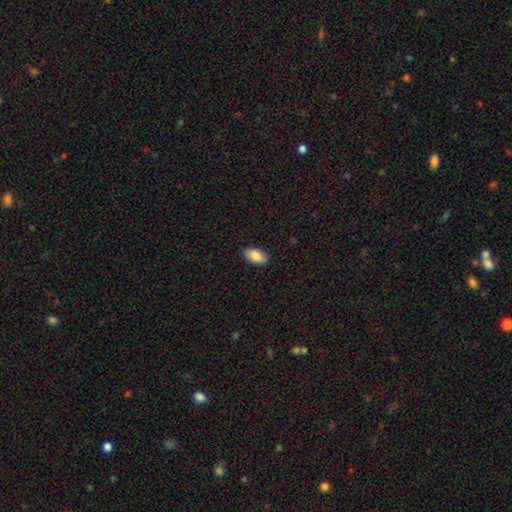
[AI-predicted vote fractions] Smooth or featured: smooth — 88% (star or artifact — 7%)
How rounded: in between — 94% (round — 4%)
Merging: none — 89% (minor disturbance — 9%)